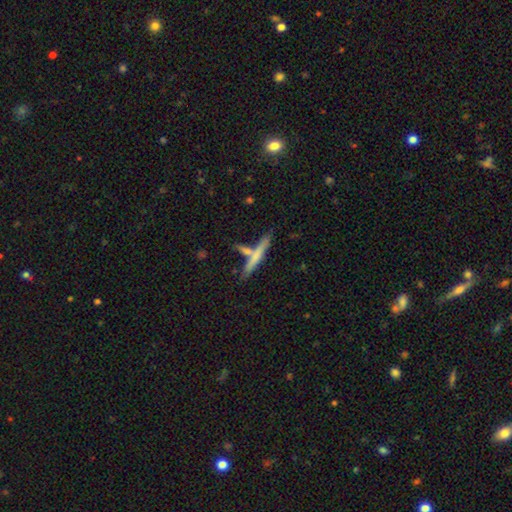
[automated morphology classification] smooth 56%, featured or disk 37%, star or artifact 6%. Down the decision tree: how rounded — cigar-shaped (92%); merging — none (63%).